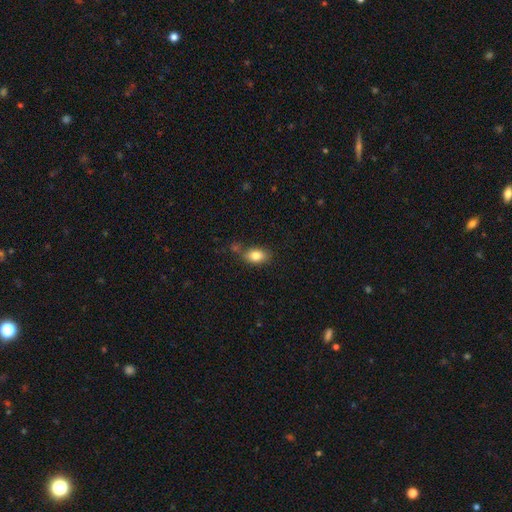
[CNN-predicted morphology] This is clearly a smooth galaxy (82%). How rounded: clearly in between (81%). Merging: likely none (66%).